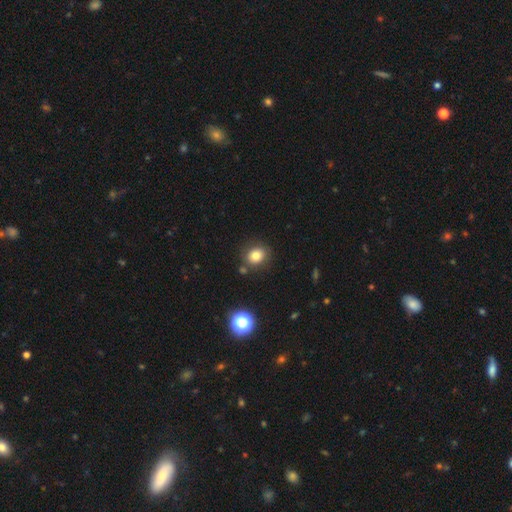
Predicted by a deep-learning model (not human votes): smooth_or_featured: smooth (p=0.80) [alt: star or artifact p=0.12]
how_rounded: round (p=0.65) [alt: in between p=0.35]
merging: none (p=0.80) [alt: minor disturbance p=0.11]